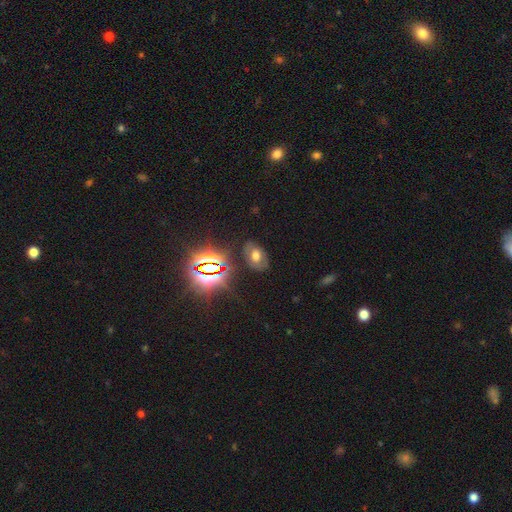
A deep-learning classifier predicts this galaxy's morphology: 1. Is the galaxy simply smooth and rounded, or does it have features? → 45% smooth, 29% star or artifact, 25% featured or disk.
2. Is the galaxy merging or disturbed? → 76% none, 15% minor disturbance, 6% major disturbance, 3% merger.